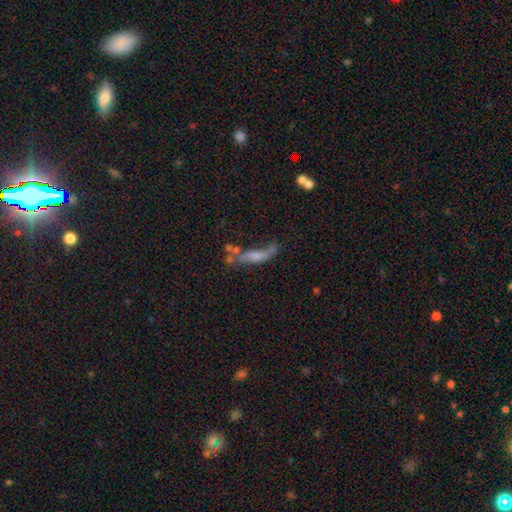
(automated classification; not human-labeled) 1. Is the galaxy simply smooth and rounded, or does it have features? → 47% featured or disk, 41% smooth, 11% star or artifact.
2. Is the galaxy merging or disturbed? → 35% none, 23% major disturbance, 22% minor disturbance, 21% merger.